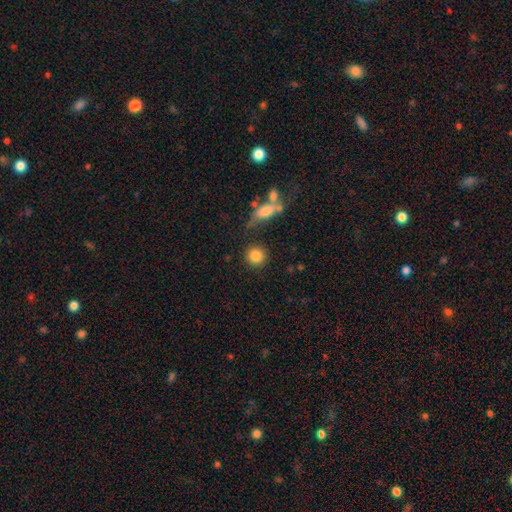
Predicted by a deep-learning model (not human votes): Smooth or featured: smooth — 84% (star or artifact — 9%)
How rounded: round — 90% (in between — 9%)
Merging: none — 83% (minor disturbance — 8%)